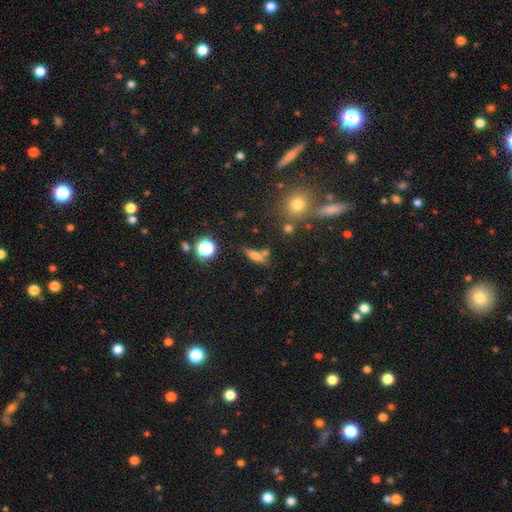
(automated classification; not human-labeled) This is likely a smooth galaxy (62%). How rounded: possibly cigar-shaped (51%). Merging: possibly none (56%).